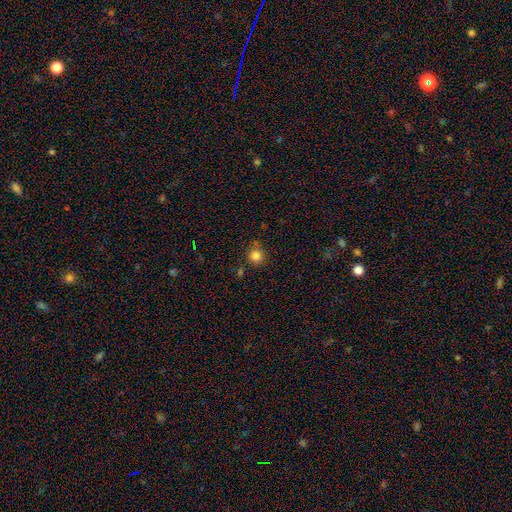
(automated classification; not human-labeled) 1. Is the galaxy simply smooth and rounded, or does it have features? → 83% smooth, 12% star or artifact, 5% featured or disk.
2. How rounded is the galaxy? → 92% round, 7% in between, 1% cigar-shaped.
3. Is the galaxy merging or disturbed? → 76% none, 14% minor disturbance, 6% merger, 4% major disturbance.